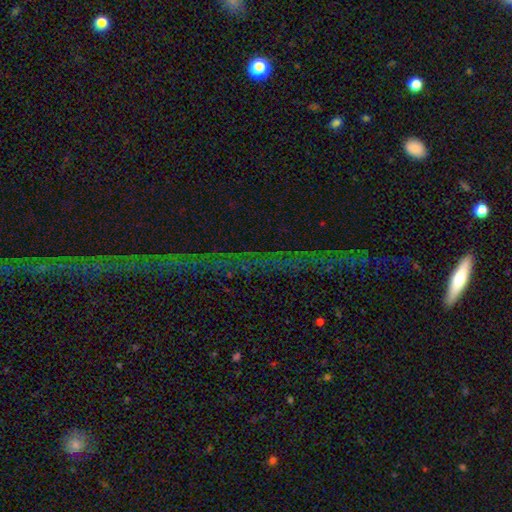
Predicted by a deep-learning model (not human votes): A star or artifact, not a galaxy (75%).

Vote fractions:
- Smooth or featured? star or artifact: 75% / featured or disk: 15% / smooth: 10%